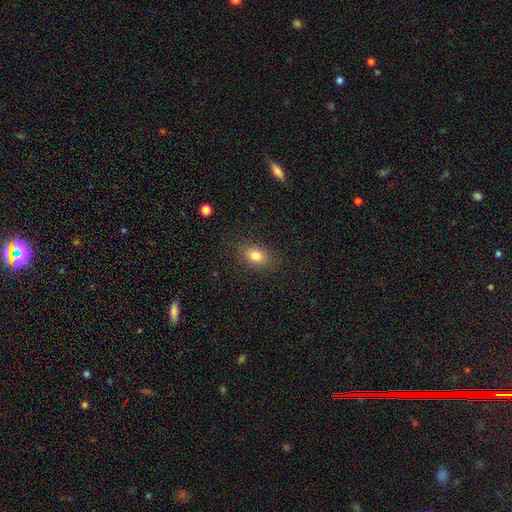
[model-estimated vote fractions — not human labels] smooth 81%, star or artifact 10%, featured or disk 9%. Down the decision tree: how rounded — in between (75%); merging — none (84%).